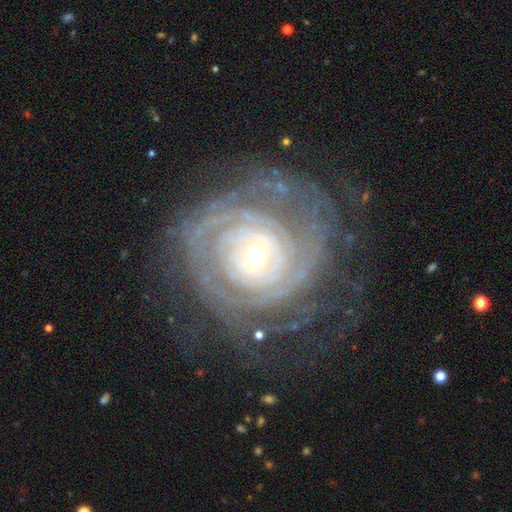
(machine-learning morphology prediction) type=featured or disk (87%); edge-on=no (97%); bar=no (72%); spiral arms=yes (93%); winding=tight (82%); arm count=can't tell (39%); bulge=small (53%); merging=none (66%).